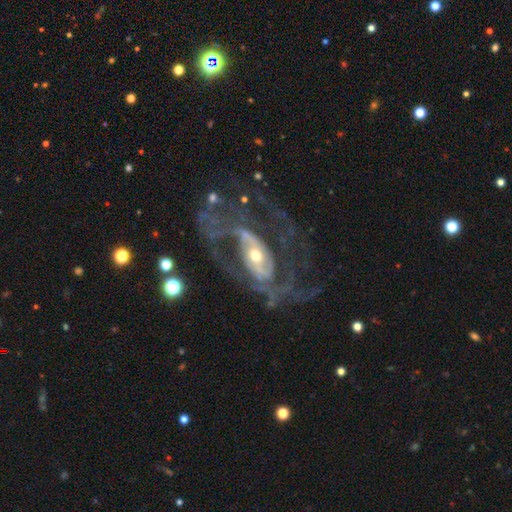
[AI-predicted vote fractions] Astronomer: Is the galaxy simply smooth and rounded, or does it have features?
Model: featured or disk — 88%.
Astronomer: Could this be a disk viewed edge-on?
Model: no — 95%.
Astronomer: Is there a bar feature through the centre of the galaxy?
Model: no — 42% (runner-up: weak, 31%).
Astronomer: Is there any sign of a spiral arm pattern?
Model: yes — 89%.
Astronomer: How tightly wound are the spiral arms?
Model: medium — 43% (runner-up: loose, 31%).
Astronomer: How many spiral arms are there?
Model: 2 — 49%.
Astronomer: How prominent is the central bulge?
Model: moderate — 53% (runner-up: small, 40%).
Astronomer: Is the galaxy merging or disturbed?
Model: none — 49% (runner-up: major disturbance, 32%).